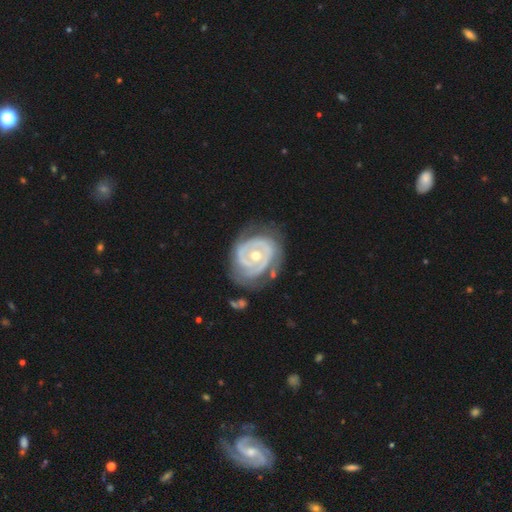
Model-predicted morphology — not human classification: Smooth or featured?
  - featured or disk: 85% *
  - smooth: 11%
  - star or artifact: 4%
Edge-on disk?
  - no: 97% *
  - yes: 3%
Bar?
  - no: 72% *
  - weak: 21%
  - strong: 7%
Spiral arms?
  - yes: 86% *
  - no: 14%
Spiral winding?
  - tight: 73% *
  - medium: 20%
  - loose: 7%
Spiral arm count?
  - 2: 40% *
  - can't tell: 27%
  - 3: 14%
  - 1: 11%
  - 4: 4%
  - more than 4: 3%
Bulge size?
  - moderate: 65% *
  - small: 31%
  - large: 3%
  - none: 1%
  - dominant: 1%
Merging?
  - none: 58% *
  - minor disturbance: 25%
  - major disturbance: 14%
  - merger: 3%